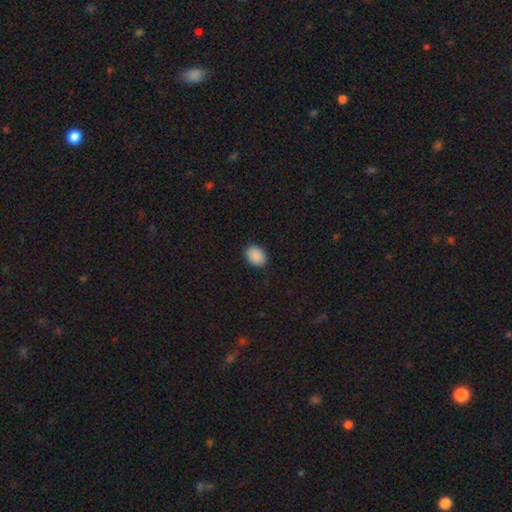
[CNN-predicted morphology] Smooth or featured: smooth — 90% (star or artifact — 8%)
How rounded: in between — 68% (round — 31%)
Merging: none — 90% (minor disturbance — 7%)